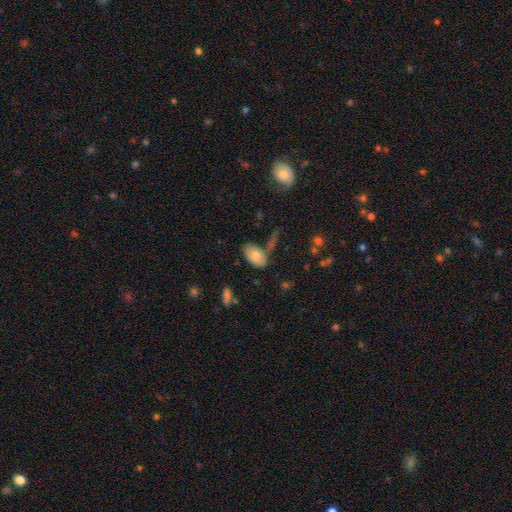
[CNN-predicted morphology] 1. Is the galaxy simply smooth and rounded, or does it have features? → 76% smooth, 17% featured or disk, 8% star or artifact.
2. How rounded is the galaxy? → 92% in between, 6% round, 2% cigar-shaped.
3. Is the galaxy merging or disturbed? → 56% none, 21% minor disturbance, 15% merger, 8% major disturbance.